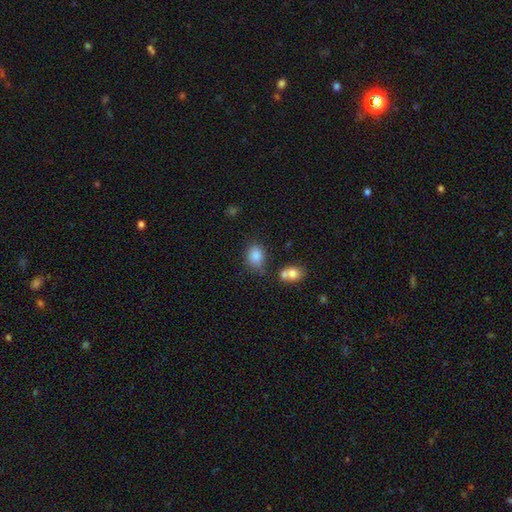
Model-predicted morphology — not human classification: A smooth galaxy with no disk features (83%) that is in between round and cigar-shaped (58%). Merging: none (69%).